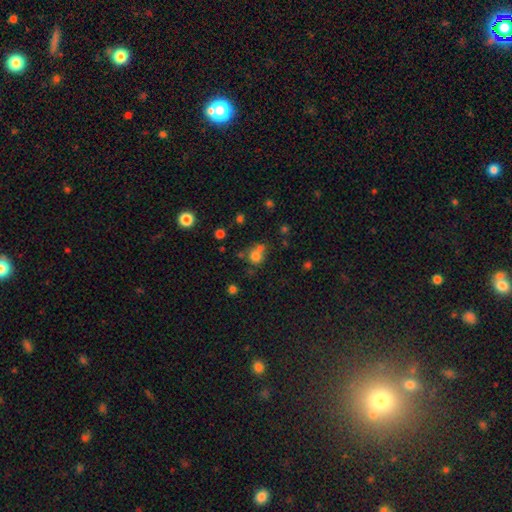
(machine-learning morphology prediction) Overall: smooth (74%). How rounded: round (81%). Merging: none (43%; merger 39%).